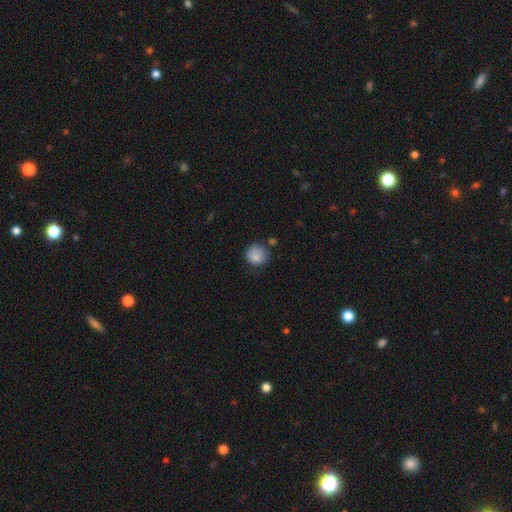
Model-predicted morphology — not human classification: The model was most divided on "merging": none: 66%, minor disturbance: 23%, major disturbance: 6%, merger: 5%. More confident: smooth or featured — smooth (84%); how rounded — round (84%).